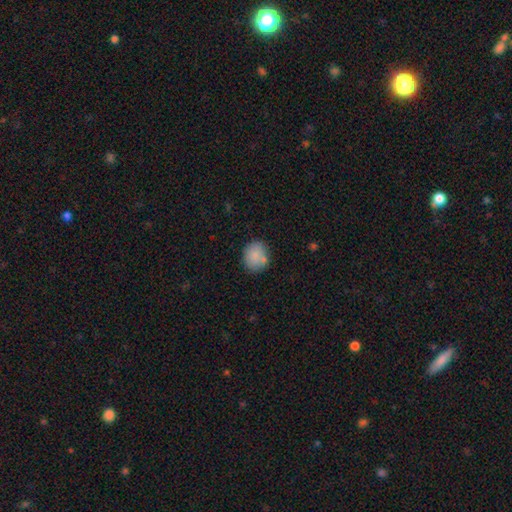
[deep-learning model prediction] smooth 84%, star or artifact 8%, featured or disk 8%. Down the decision tree: how rounded — round (70%); merging — none (75%).